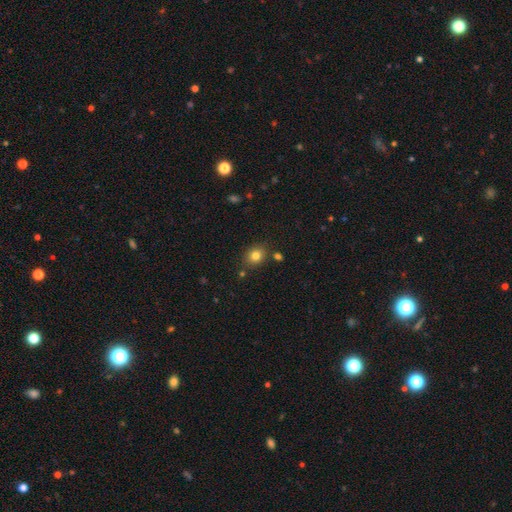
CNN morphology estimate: A smooth galaxy with no disk features (80%) that is round (62%). Merging: none (81%).